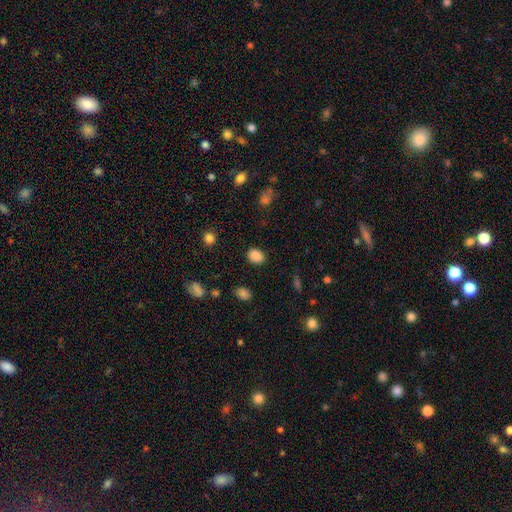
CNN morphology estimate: smooth_or_featured: smooth (p=0.86) [alt: star or artifact p=0.10]
how_rounded: in between (p=0.61) [alt: round p=0.38]
merging: none (p=0.87) [alt: minor disturbance p=0.09]